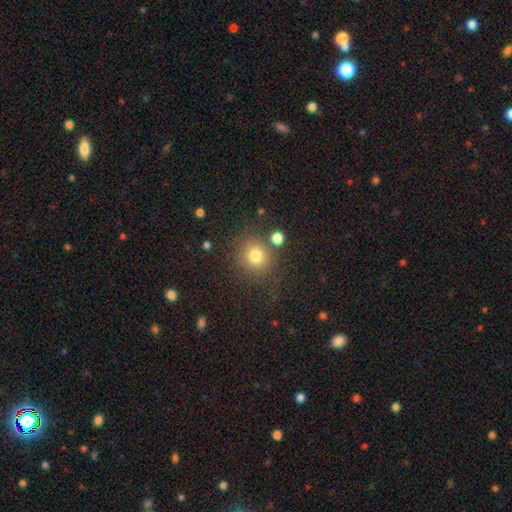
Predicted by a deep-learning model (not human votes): smooth-or-featured: smooth: 78% | star or artifact: 15% | featured or disk: 8%
  how-rounded: round: 87% | in between: 12% | cigar-shaped: 1%
  merging: none: 79% | minor disturbance: 9% | merger: 7% | major disturbance: 4%